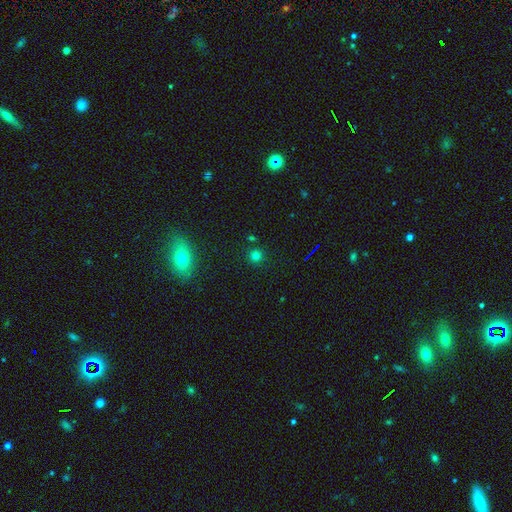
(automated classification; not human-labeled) Morphology: type=smooth (73%); roundness=round (93%); merging=none (86%).